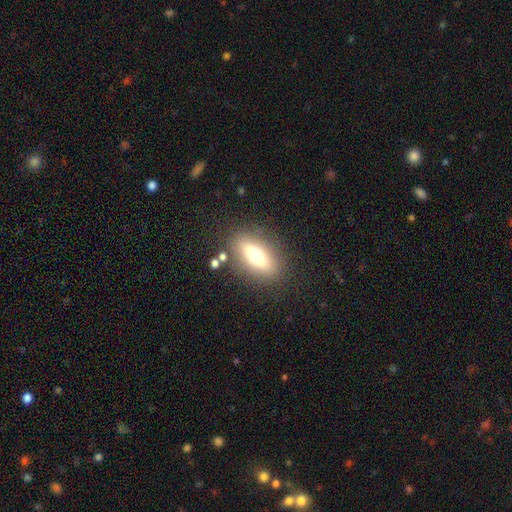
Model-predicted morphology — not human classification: Smooth or featured: smooth — 59% (featured or disk — 33%)
How rounded: in between — 64% (cigar-shaped — 31%)
Merging: none — 83% (minor disturbance — 10%)